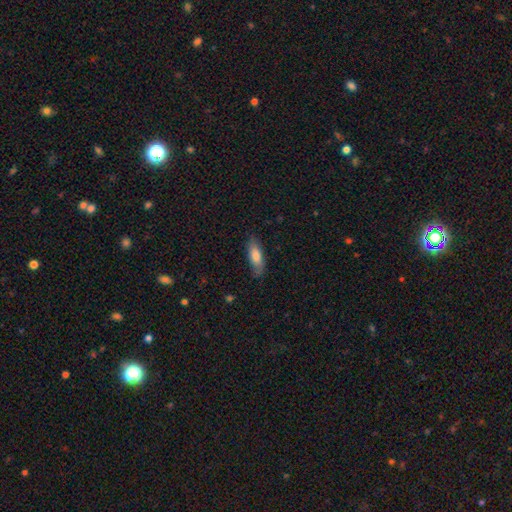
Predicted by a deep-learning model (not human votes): Morphology: type=smooth (80%); roundness=in between (66%); merging=none (79%).